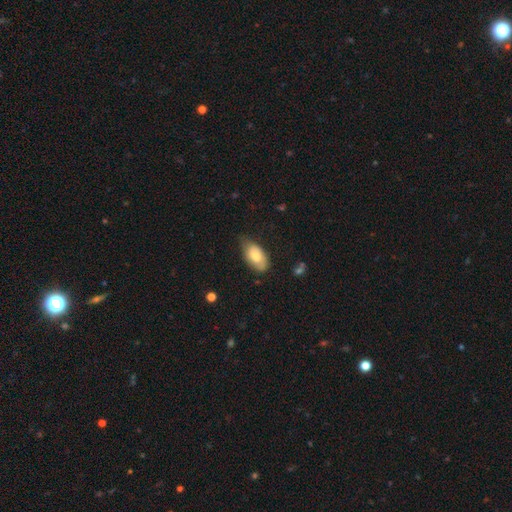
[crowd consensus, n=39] Smooth or featured? smooth (51%)
How rounded? in between (95%)
Merging? minor disturbance (54%)